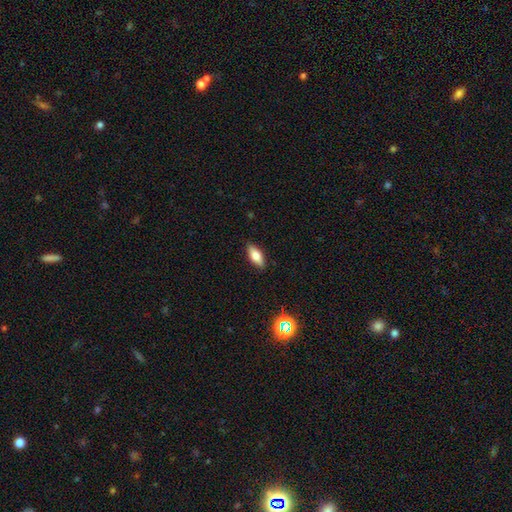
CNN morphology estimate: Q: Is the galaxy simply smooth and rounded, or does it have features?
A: smooth — 69%.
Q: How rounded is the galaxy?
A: in between — 75%.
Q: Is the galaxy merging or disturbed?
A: none — 87%.